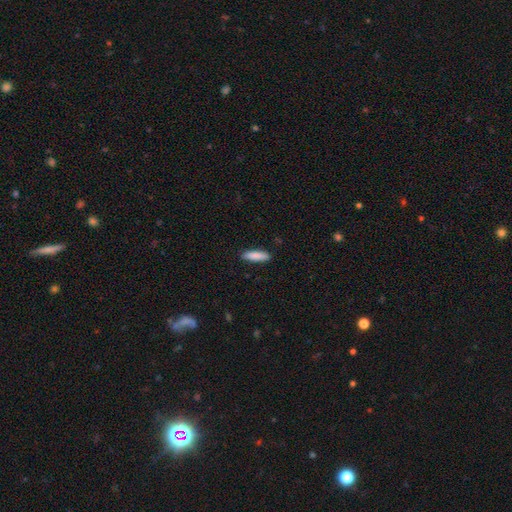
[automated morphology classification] Smooth or featured: smooth — 88% (featured or disk — 7%)
How rounded: cigar-shaped — 66% (in between — 32%)
Merging: none — 89% (minor disturbance — 8%)